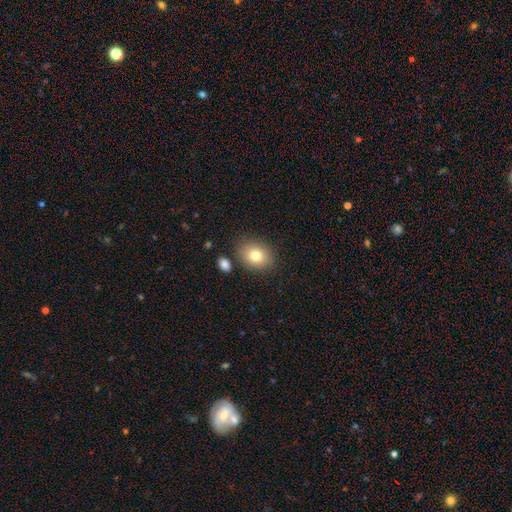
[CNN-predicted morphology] type=smooth (81%); roundness=in between (60%); merging=none (81%).